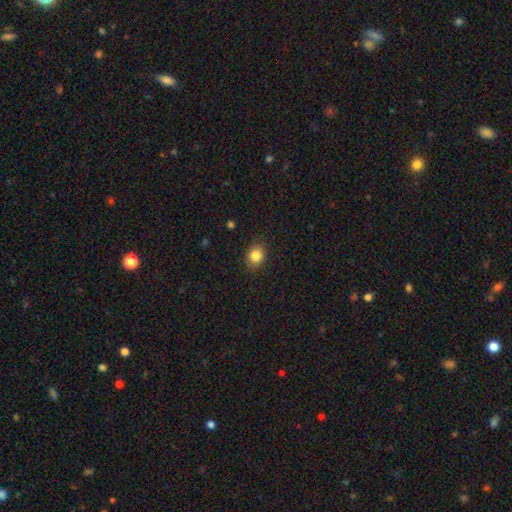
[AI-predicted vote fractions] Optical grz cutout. It shows a smooth galaxy with no disk features (84%) that is round (54%). Merging: none (88%).